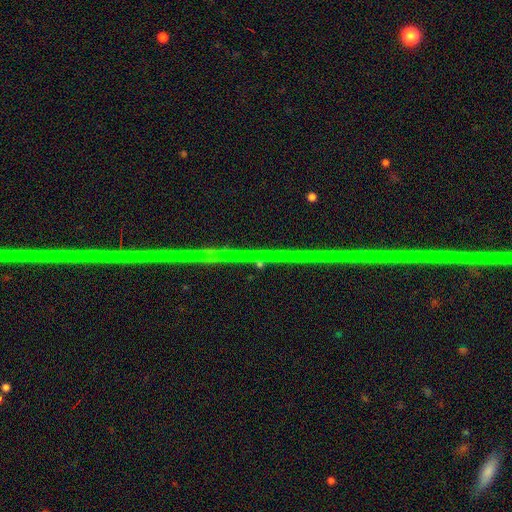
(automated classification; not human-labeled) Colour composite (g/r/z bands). It shows a star or artifact, not a galaxy (86%).